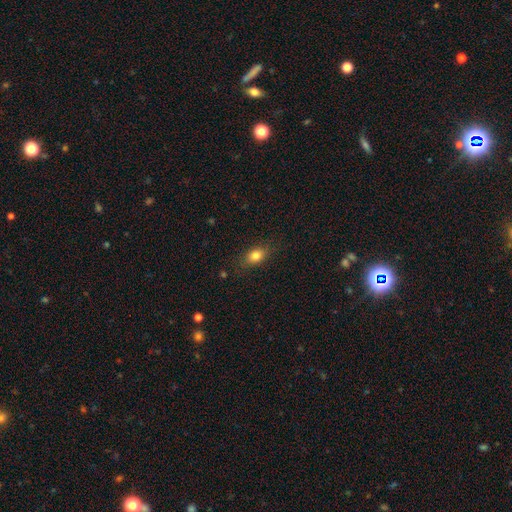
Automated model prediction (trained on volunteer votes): This appears to be a smooth galaxy with no disk features (82%) that is in between round and cigar-shaped (77%). Merging: none (82%).